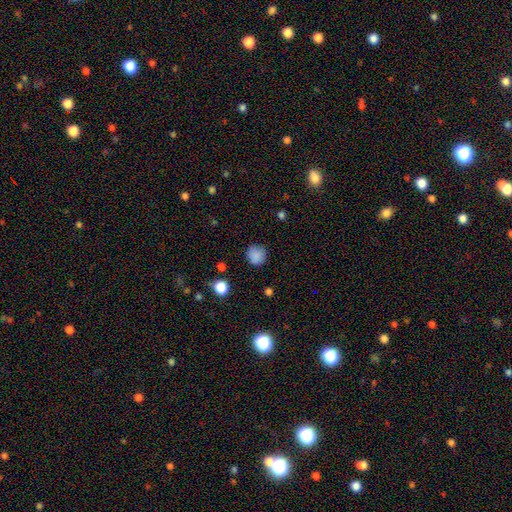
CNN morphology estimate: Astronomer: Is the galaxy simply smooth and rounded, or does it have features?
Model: smooth — 84%.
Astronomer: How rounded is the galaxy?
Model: round — 90%.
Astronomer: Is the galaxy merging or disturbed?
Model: none — 80%.